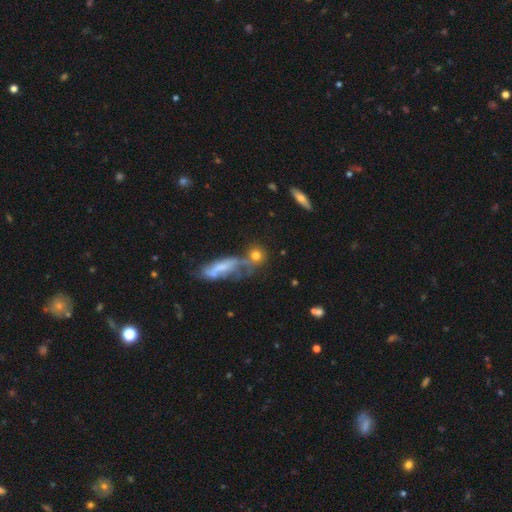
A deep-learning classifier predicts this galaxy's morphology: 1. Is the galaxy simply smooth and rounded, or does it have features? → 73% smooth, 16% featured or disk, 11% star or artifact.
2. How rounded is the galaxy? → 77% round, 17% in between, 7% cigar-shaped.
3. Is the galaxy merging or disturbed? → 50% none, 29% merger, 13% minor disturbance, 8% major disturbance.